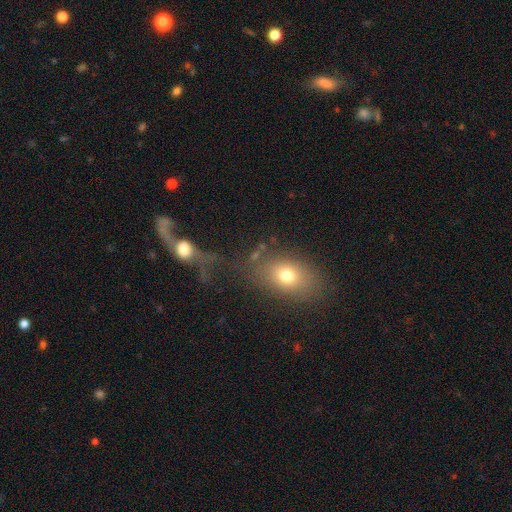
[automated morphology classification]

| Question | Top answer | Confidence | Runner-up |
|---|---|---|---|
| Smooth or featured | smooth | 58% | featured or disk (22%) |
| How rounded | in between | 71% | round (26%) |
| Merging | none | 59% | merger (18%) |